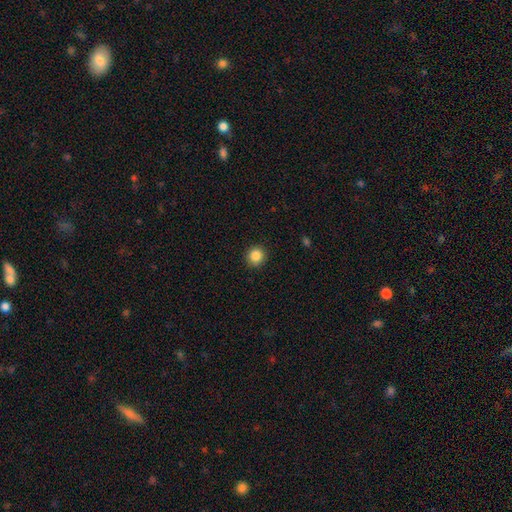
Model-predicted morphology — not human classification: Overall: smooth (85%). How rounded: round (91%). Merging: none (92%).